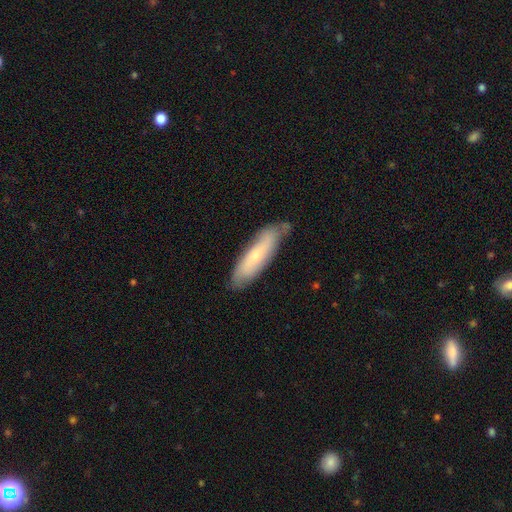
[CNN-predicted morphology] smooth-or-featured: smooth: 58% | featured or disk: 35% | star or artifact: 6%
  how-rounded: cigar-shaped: 66% | in between: 33% | round: 2%
  merging: none: 71% | minor disturbance: 22% | major disturbance: 4% | merger: 3%